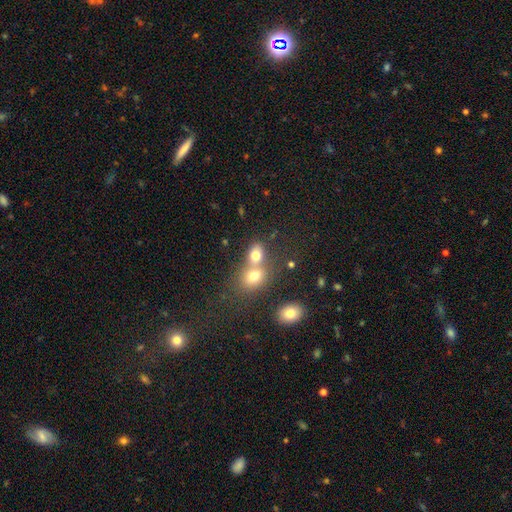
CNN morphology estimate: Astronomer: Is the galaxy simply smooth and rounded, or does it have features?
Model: smooth — 74%.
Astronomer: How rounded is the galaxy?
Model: in between — 67%.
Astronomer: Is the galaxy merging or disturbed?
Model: merger — 55% (runner-up: none, 33%).